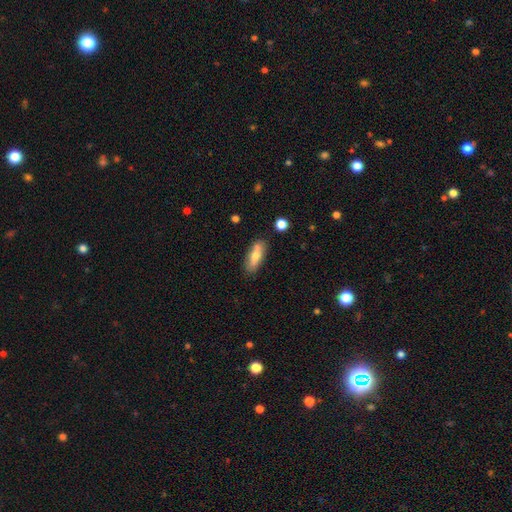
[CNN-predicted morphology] This appears to be a smooth galaxy with no disk features (70%) that is in between round and cigar-shaped (62%). Merging: none (76%).